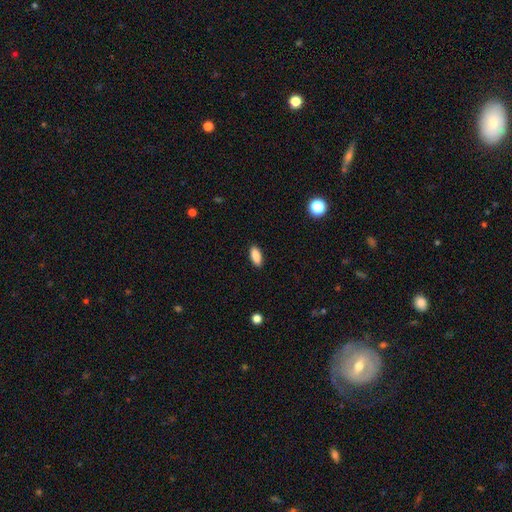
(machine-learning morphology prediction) The model was most divided on "how rounded": in between: 84%, cigar-shaped: 14%, round: 2%. More confident: merging — none (89%); smooth or featured — smooth (88%).